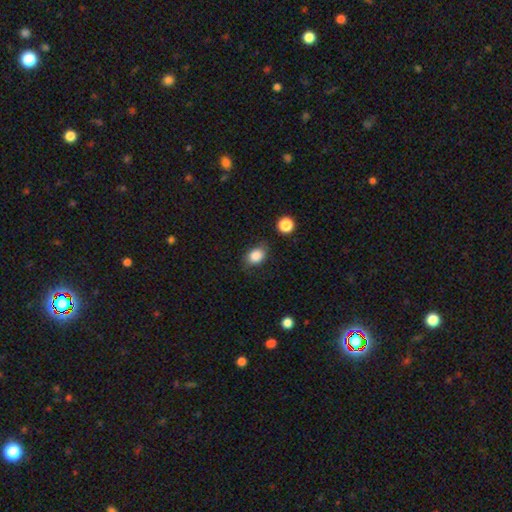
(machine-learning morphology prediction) Q: Smooth or featured?
A: smooth (86%); runner-up: star or artifact (9%)
Q: How rounded?
A: in between (66%); runner-up: round (33%)
Q: Merging?
A: none (75%); runner-up: minor disturbance (17%)